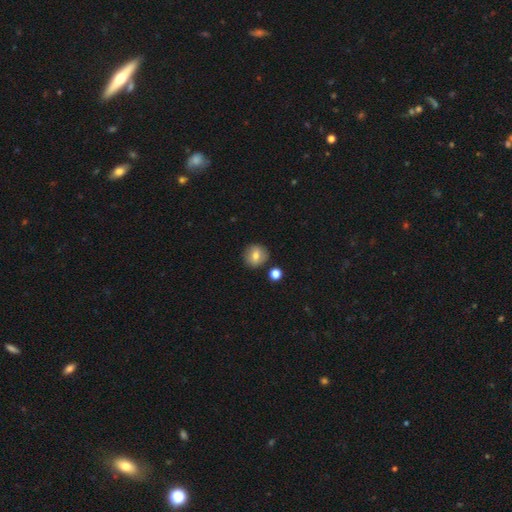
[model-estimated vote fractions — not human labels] Overall: smooth (72%). How rounded: round (88%). Merging: none (84%).